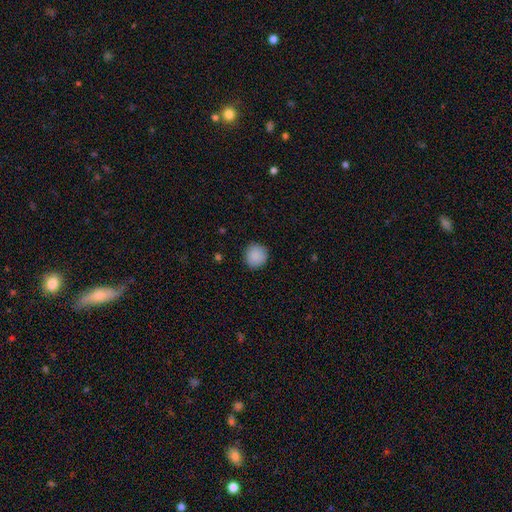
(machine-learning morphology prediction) smooth-or-featured: smooth: 89% | star or artifact: 8% | featured or disk: 3%
  how-rounded: round: 93% | in between: 6% | cigar-shaped: 1%
  merging: none: 91% | minor disturbance: 6% | major disturbance: 2% | merger: 1%